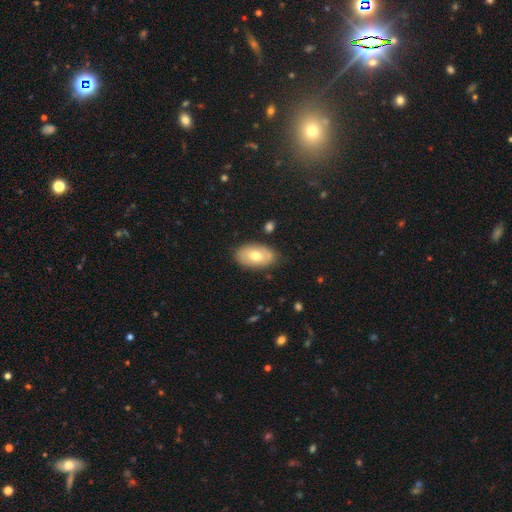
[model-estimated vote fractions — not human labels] smooth_or_featured: smooth (p=0.67) [alt: featured or disk p=0.26]
how_rounded: in between (p=0.92) [alt: round p=0.07]
merging: none (p=0.78) [alt: minor disturbance p=0.16]